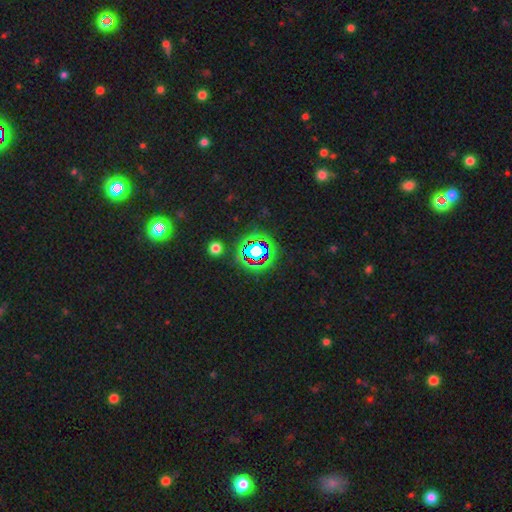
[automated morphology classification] Smooth or featured? star or artifact (71%)